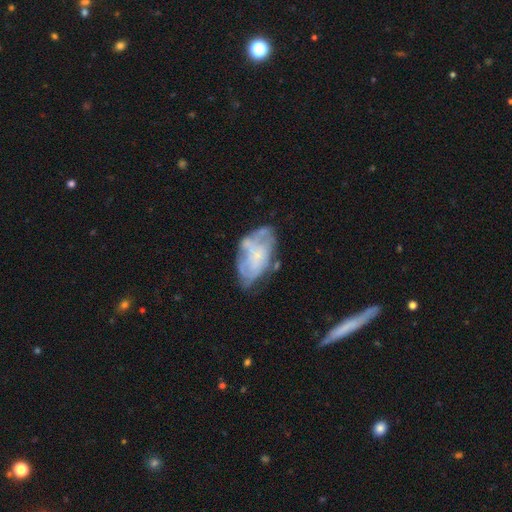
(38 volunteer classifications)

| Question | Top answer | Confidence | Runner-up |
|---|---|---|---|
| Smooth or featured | featured or disk | 82% | smooth (18%) |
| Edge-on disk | no | 100% | — |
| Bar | no | 74% | weak (23%) |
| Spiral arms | yes | 55% | no (45%) |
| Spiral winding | tight | 47% | medium (35%) |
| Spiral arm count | can't tell | 65% | 2 (29%) |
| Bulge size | small | 61% | none (23%) |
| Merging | major disturbance | 50% | minor disturbance (29%) |